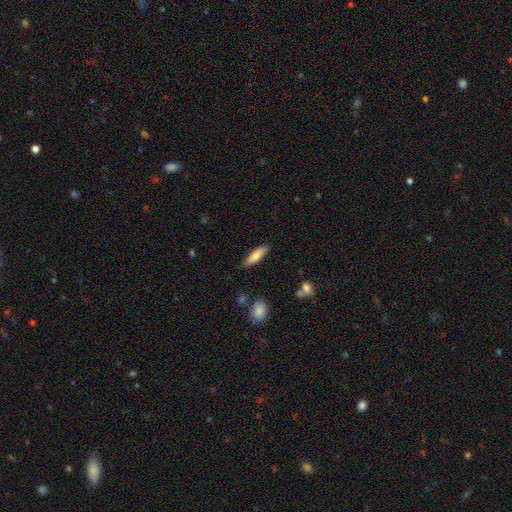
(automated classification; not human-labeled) Smooth or featured?
  - smooth: 75% *
  - featured or disk: 19%
  - star or artifact: 6%
How rounded?
  - cigar-shaped: 57% *
  - in between: 41%
  - round: 2%
Merging?
  - none: 83% *
  - minor disturbance: 13%
  - major disturbance: 2%
  - merger: 2%